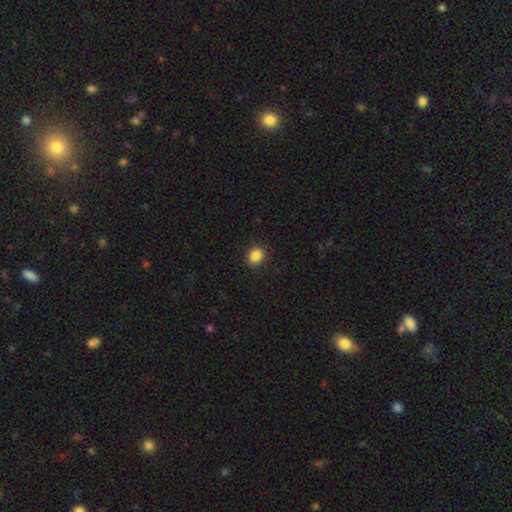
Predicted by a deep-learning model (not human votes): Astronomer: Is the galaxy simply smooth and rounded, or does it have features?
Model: smooth — 87%.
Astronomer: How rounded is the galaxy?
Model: round — 61% (runner-up: in between, 38%).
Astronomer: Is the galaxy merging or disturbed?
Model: none — 89%.